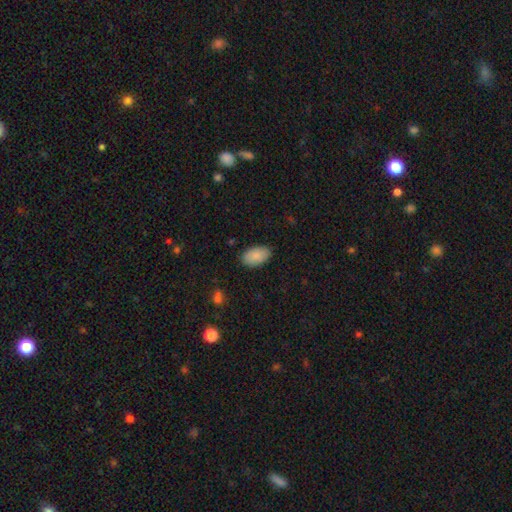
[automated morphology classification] This is clearly a smooth galaxy (88%). How rounded: clearly in between (94%). Merging: clearly none (85%).